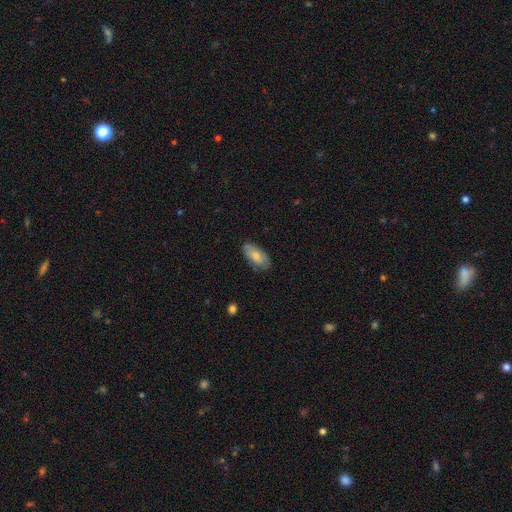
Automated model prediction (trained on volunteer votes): Smooth or featured? smooth (75%)
How rounded? in between (91%)
Merging? none (78%)